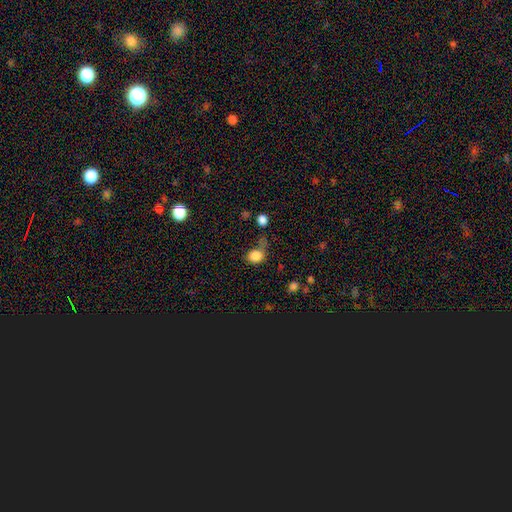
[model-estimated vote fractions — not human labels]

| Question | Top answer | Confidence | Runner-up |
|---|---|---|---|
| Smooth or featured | smooth | 84% | star or artifact (11%) |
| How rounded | round | 62% | in between (36%) |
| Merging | none | 43% | minor disturbance (27%) |